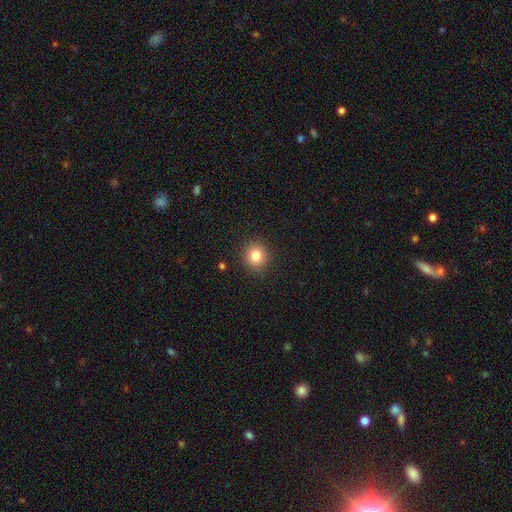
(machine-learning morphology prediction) This appears to be a smooth galaxy with no disk features (82%) that is round (89%). Merging: none (90%).